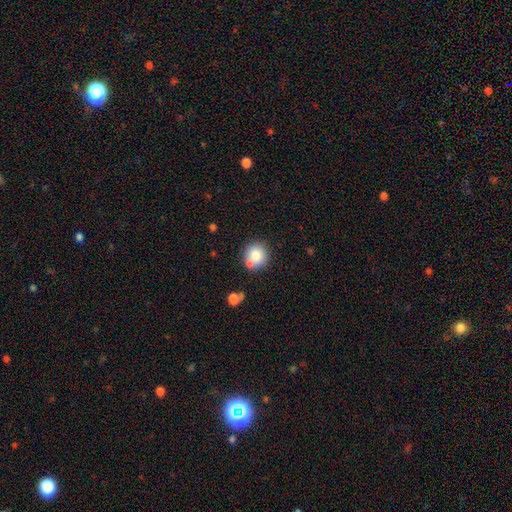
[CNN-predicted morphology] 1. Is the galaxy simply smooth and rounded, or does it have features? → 80% smooth, 11% featured or disk, 9% star or artifact.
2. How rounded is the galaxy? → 90% round, 9% in between, 1% cigar-shaped.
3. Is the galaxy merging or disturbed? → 69% none, 17% merger, 11% minor disturbance, 3% major disturbance.